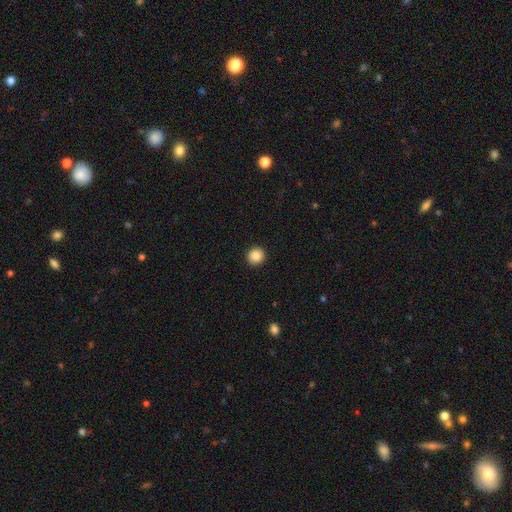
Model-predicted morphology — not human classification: Smooth or featured: smooth — 88% (star or artifact — 9%)
How rounded: round — 93% (in between — 6%)
Merging: none — 93% (minor disturbance — 5%)